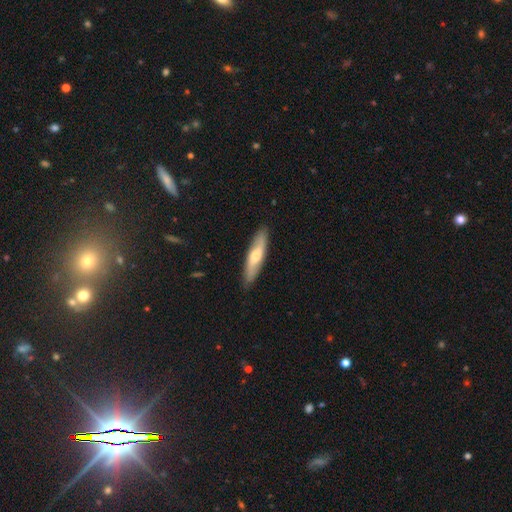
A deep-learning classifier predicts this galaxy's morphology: smooth 53%, featured or disk 42%, star or artifact 5%. Down the decision tree: how rounded — cigar-shaped (72%); merging — none (88%).